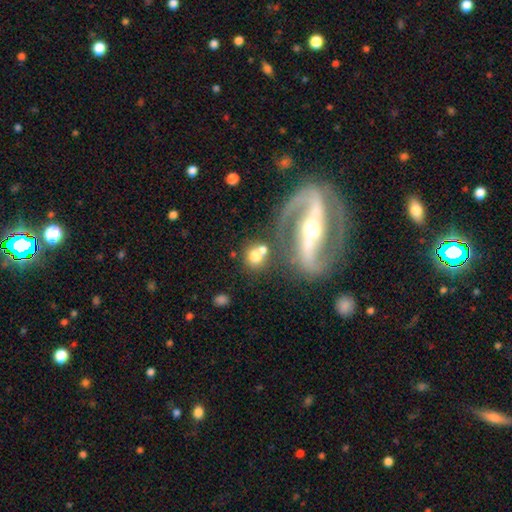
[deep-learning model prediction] smooth_or_featured: smooth (p=0.62) [alt: featured or disk p=0.27]
how_rounded: round (p=0.83) [alt: in between p=0.15]
merging: none (p=0.50) [alt: merger p=0.32]